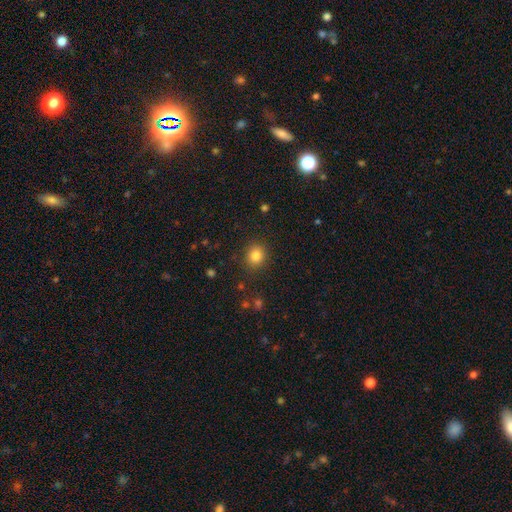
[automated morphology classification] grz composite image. It shows a smooth galaxy with no disk features (83%) that is round (79%). Merging: none (88%).